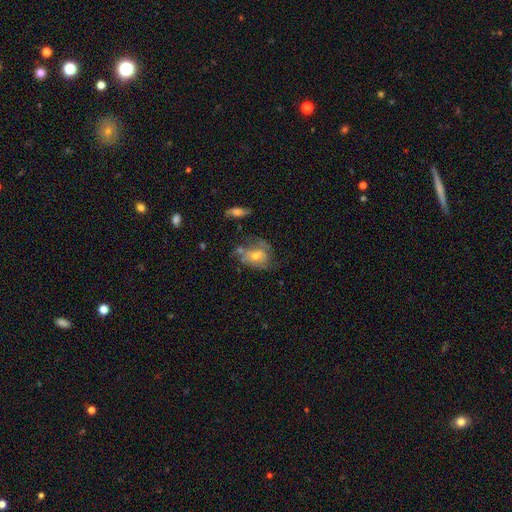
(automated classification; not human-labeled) Overall: featured or disk (58%; smooth 32%). Edge-on disk: no (95%). Bar: no (74%). Spiral arms: yes (59%; no 41%). Bulge size: moderate (58%; small 33%). Merging: none (40%; minor disturbance 25%).